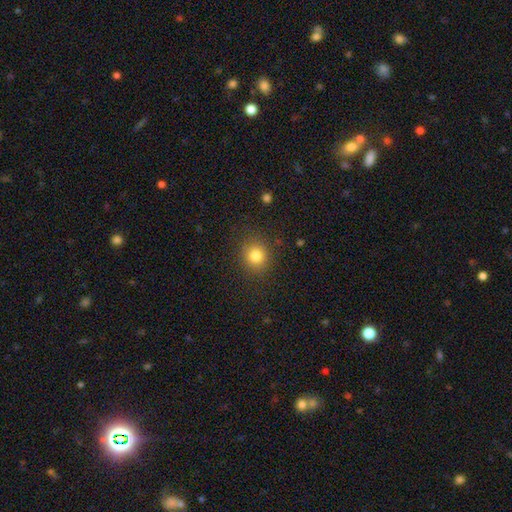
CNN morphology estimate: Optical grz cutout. It shows a smooth galaxy with no disk features (82%) that is round (84%). Merging: none (87%).